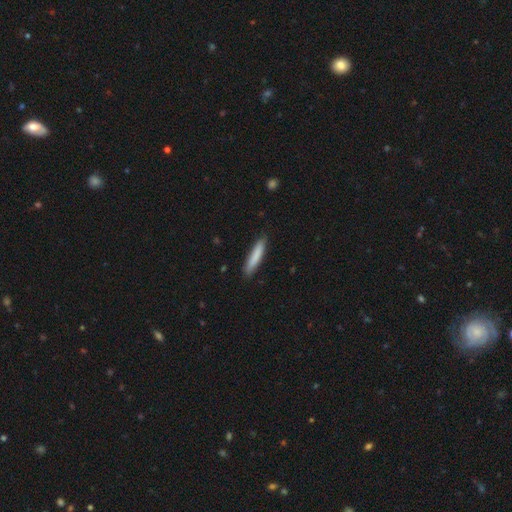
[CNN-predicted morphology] smooth_or_featured: smooth (p=0.82) [alt: featured or disk p=0.12]
how_rounded: cigar-shaped (p=0.90) [alt: in between p=0.09]
merging: none (p=0.87) [alt: minor disturbance p=0.10]